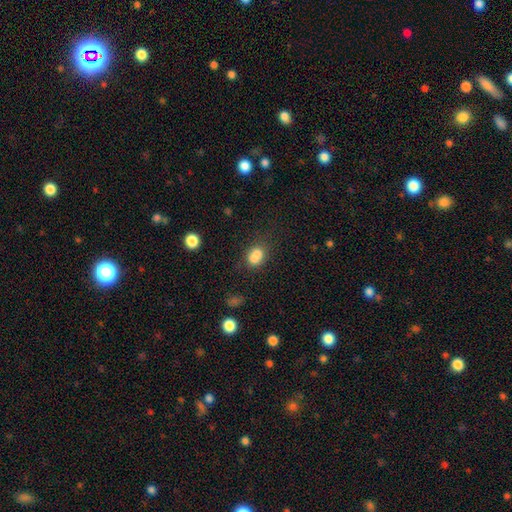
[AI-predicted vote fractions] Smooth or featured? Predicted: smooth (p=0.75). How rounded? Predicted: round (p=0.50). Merging? Predicted: merger (p=0.42).